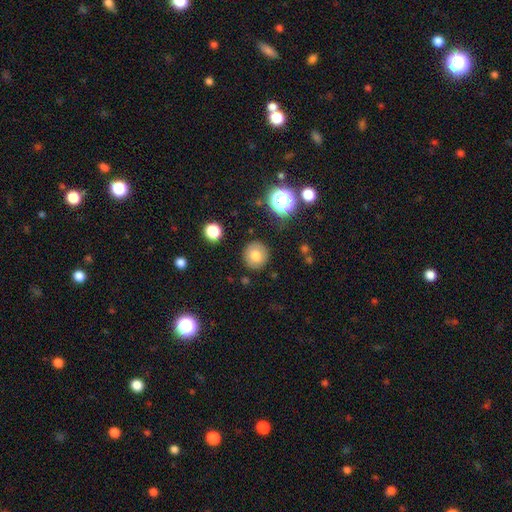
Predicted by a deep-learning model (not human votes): Q: Smooth or featured?
A: smooth (75%); runner-up: featured or disk (14%)
Q: How rounded?
A: round (90%); runner-up: in between (9%)
Q: Merging?
A: none (86%); runner-up: minor disturbance (9%)